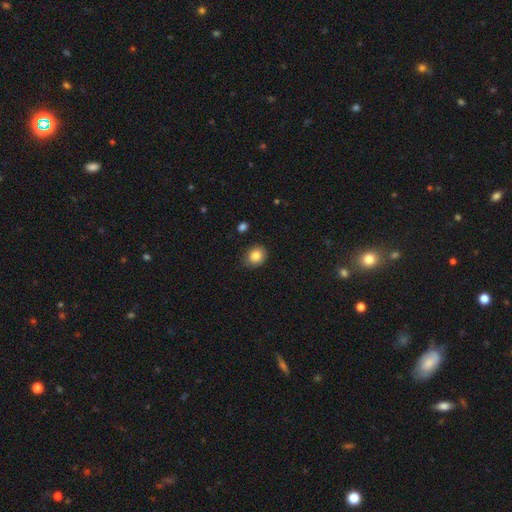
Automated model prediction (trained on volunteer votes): smooth-or-featured: smooth: 85% | star or artifact: 9% | featured or disk: 6%
  how-rounded: round: 62% | in between: 37% | cigar-shaped: 1%
  merging: none: 79% | minor disturbance: 16% | major disturbance: 3% | merger: 2%